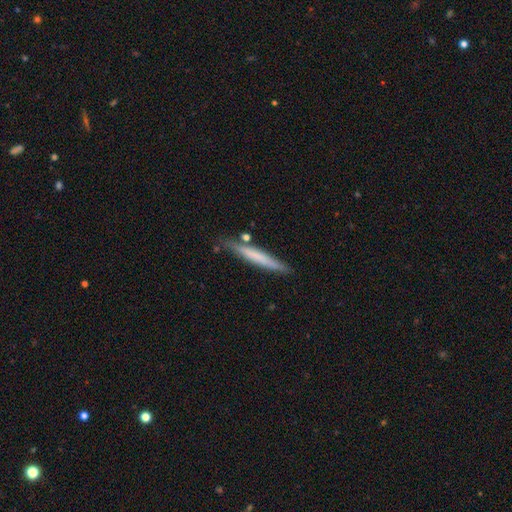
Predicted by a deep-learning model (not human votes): A smooth galaxy with no disk features (59%) that is cigar-shaped (96%). Merging: none (82%).